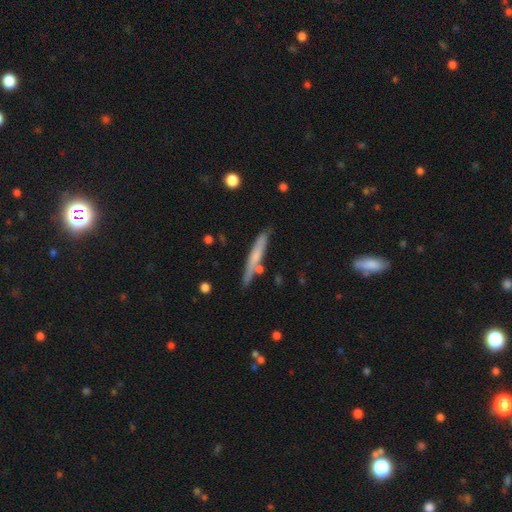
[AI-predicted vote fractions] Smooth or featured? smooth (55%)
How rounded? cigar-shaped (93%)
Merging? none (77%)